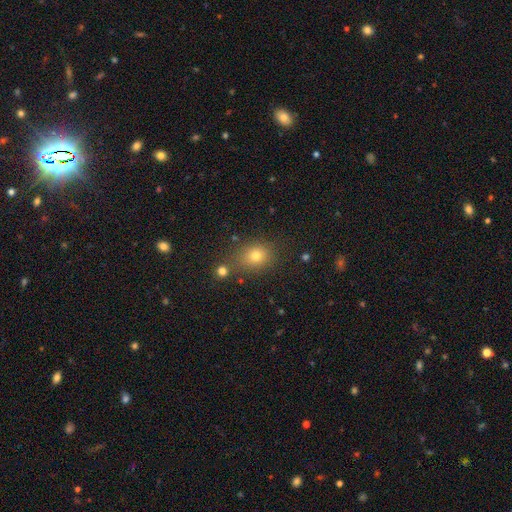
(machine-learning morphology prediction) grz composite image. It shows a smooth galaxy with no disk features (74%) that is round (55%). Merging: none (75%).